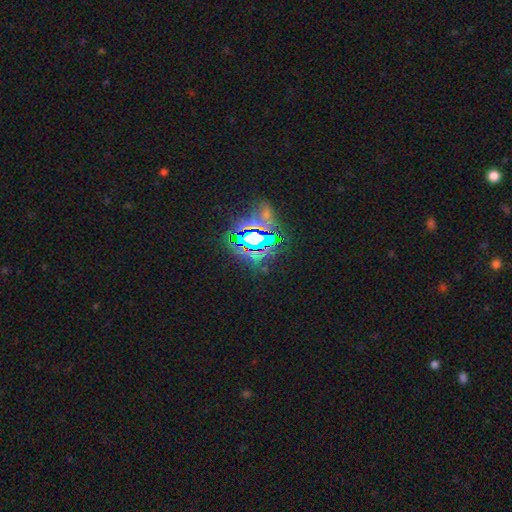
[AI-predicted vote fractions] This is likely a star or artifact rather than a galaxy (80%).